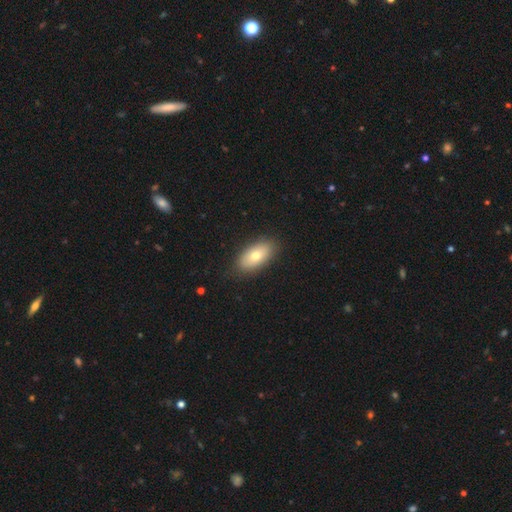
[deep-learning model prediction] smooth 72%, featured or disk 21%, star or artifact 7%. Down the decision tree: how rounded — in between (90%); merging — none (87%).